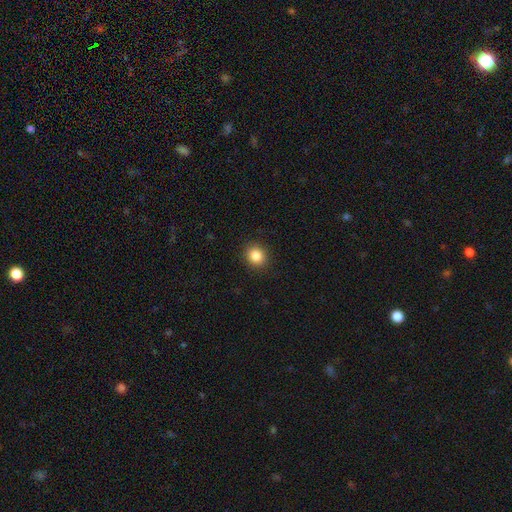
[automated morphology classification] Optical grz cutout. It shows a smooth galaxy with no disk features (85%) that is round (78%). Merging: none (91%).